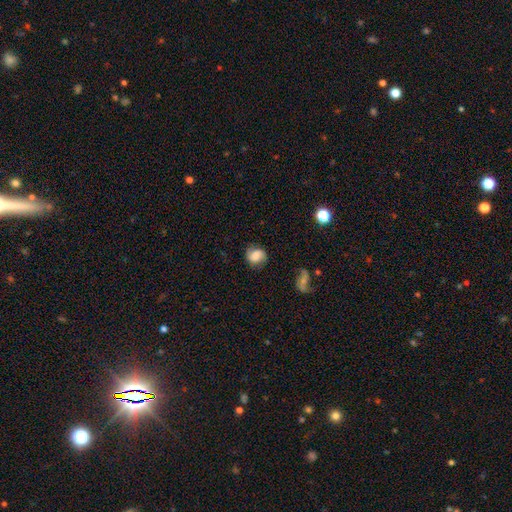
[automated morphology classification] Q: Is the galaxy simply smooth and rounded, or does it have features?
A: smooth — 50%.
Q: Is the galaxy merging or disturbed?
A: none — 73%.